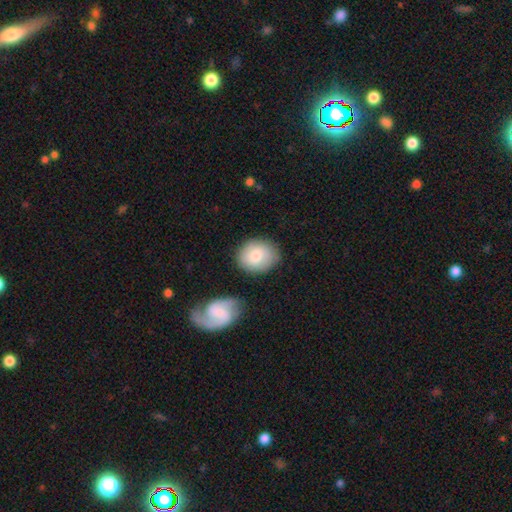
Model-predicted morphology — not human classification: Overall: smooth (76%). How rounded: round (56%; in between 43%). Merging: none (77%).